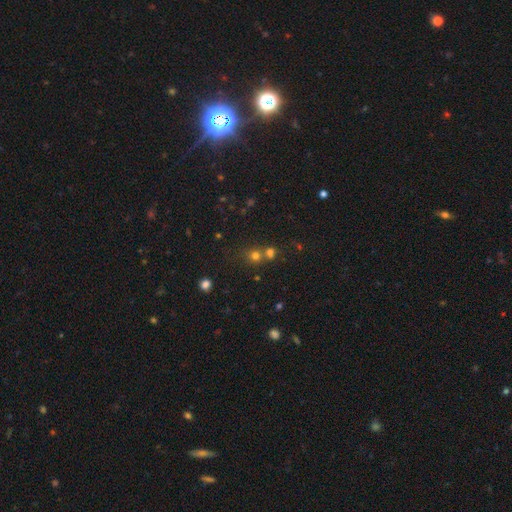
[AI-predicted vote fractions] This appears to be a smooth galaxy with no disk features (66%) that is round (84%). Merging: none (50%).